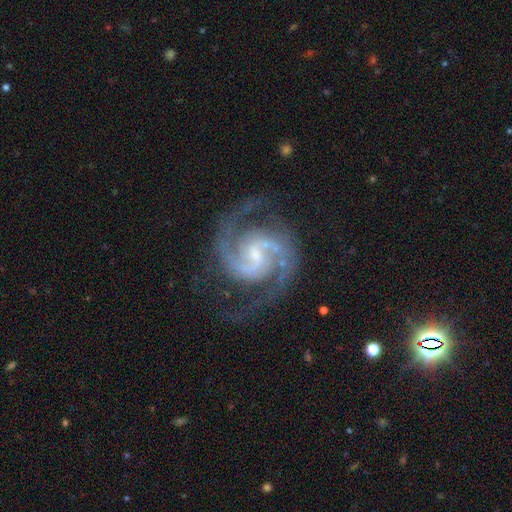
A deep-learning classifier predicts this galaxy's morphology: A featured or disk galaxy (94%) with a weak bar (55%), 2 (90%) medium (63%) spiral arms (99%) and a small central bulge (57%). Merging: none (78%).